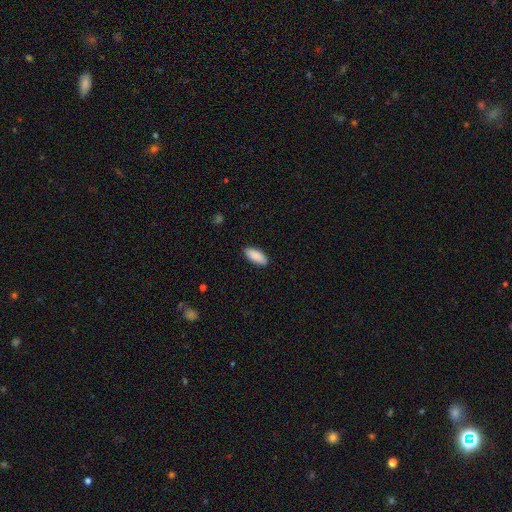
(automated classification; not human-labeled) Overall: smooth (90%). How rounded: in between (85%). Merging: none (89%).